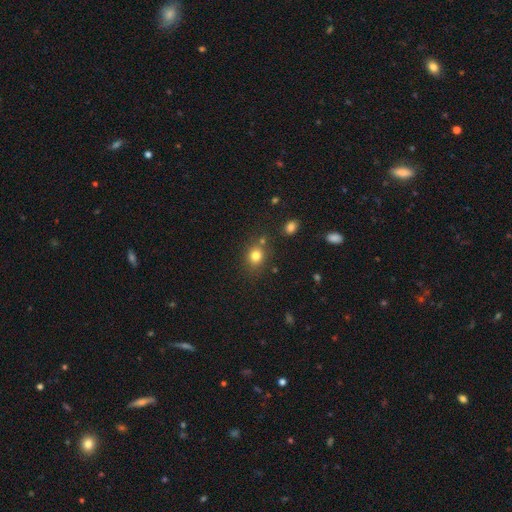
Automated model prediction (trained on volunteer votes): Q: Smooth or featured?
A: smooth (80%); runner-up: star or artifact (13%)
Q: How rounded?
A: round (71%); runner-up: in between (28%)
Q: Merging?
A: none (75%); runner-up: minor disturbance (12%)